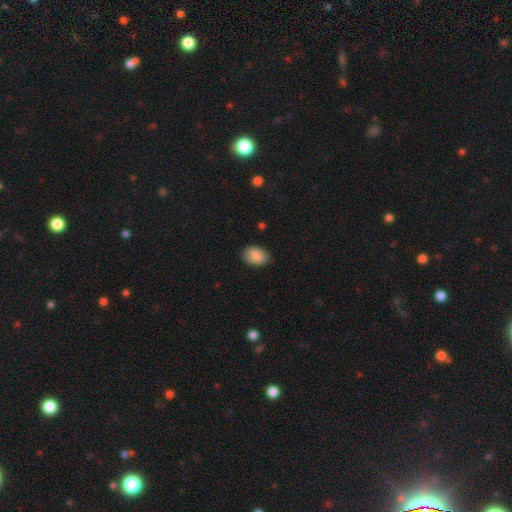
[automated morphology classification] Smooth or featured? Predicted: smooth (p=0.88). How rounded? Predicted: in between (p=0.80). Merging? Predicted: none (p=0.84).